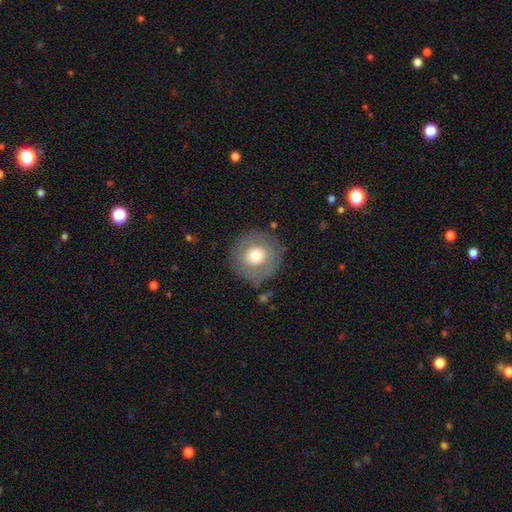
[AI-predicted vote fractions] smooth_or_featured: smooth (p=0.58) [alt: featured or disk p=0.34]
how_rounded: round (p=0.93) [alt: in between p=0.06]
merging: none (p=0.80) [alt: minor disturbance p=0.12]